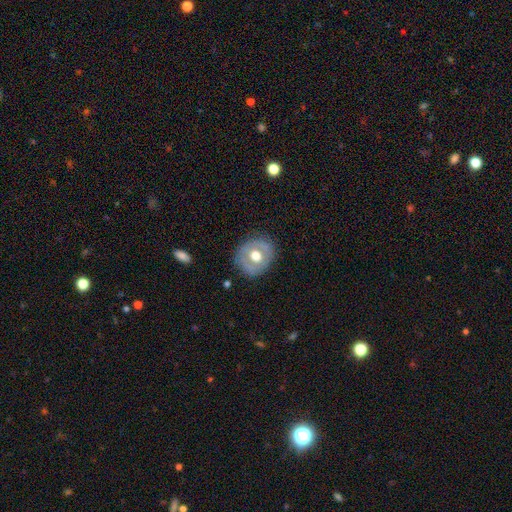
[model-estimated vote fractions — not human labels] A featured or disk galaxy (47%, tied with smooth). Merging: none (80%).